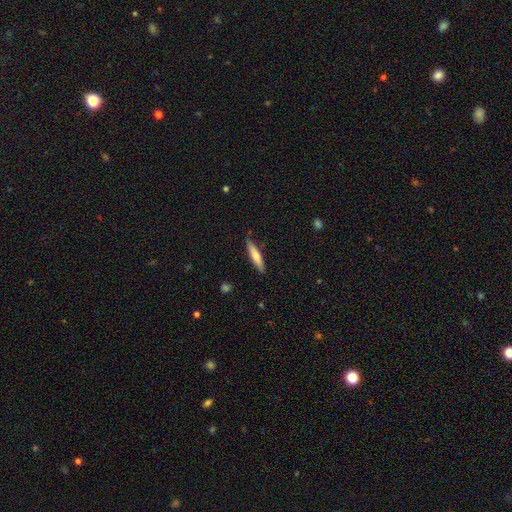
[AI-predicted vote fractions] Smooth or featured: smooth — 69% (featured or disk — 25%)
How rounded: cigar-shaped — 85% (in between — 14%)
Merging: none — 86% (minor disturbance — 11%)